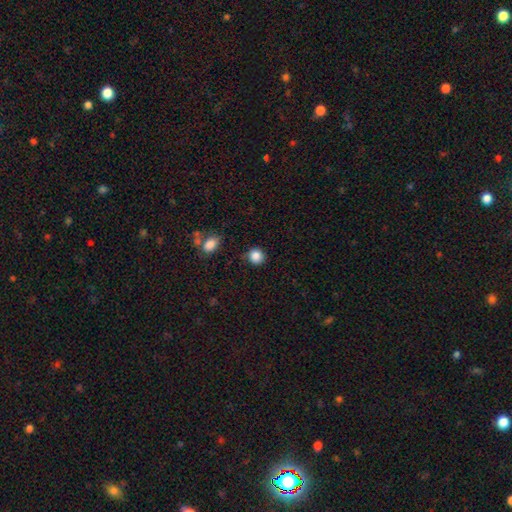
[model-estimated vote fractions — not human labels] Q: Smooth or featured?
A: smooth (86%); runner-up: star or artifact (10%)
Q: How rounded?
A: round (88%); runner-up: in between (11%)
Q: Merging?
A: none (79%); runner-up: minor disturbance (14%)